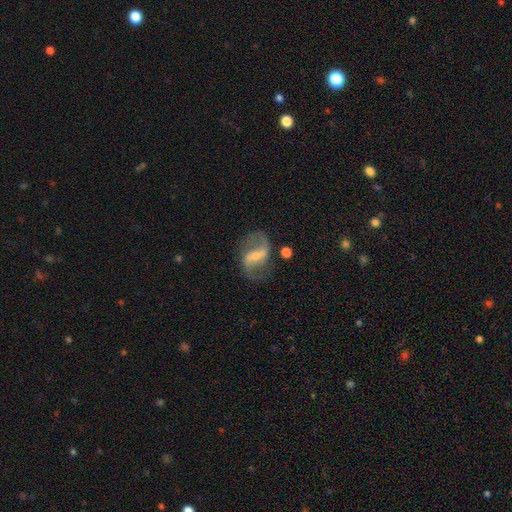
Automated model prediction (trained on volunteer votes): smooth_or_featured: featured or disk (p=0.83) [alt: smooth p=0.10]
disk_edge_on: no (p=0.97) [alt: yes p=0.03]
bar: strong (p=0.50) [alt: weak p=0.37]
has_spiral_arms: yes (p=0.92) [alt: no p=0.08]
spiral_winding: loose (p=0.57) [alt: medium p=0.36]
spiral_arm_count: 2 (p=0.91) [alt: can't tell p=0.03]
bulge_size: small (p=0.45) [alt: moderate p=0.26]
merging: none (p=0.72) [alt: minor disturbance p=0.15]